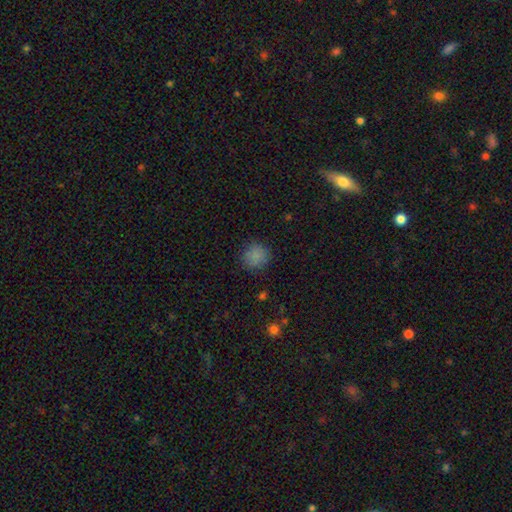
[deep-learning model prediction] Smooth or featured? smooth (82%)
How rounded? round (90%)
Merging? none (85%)